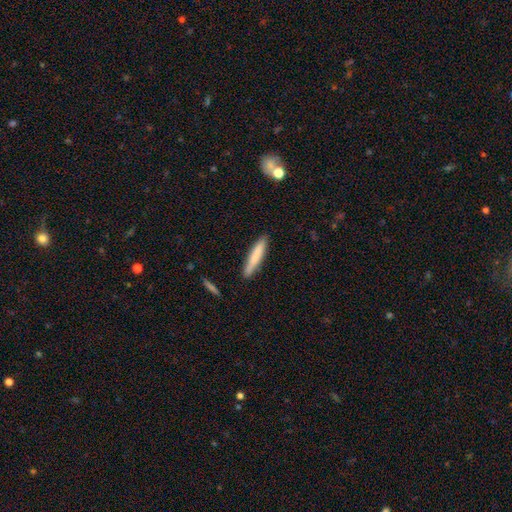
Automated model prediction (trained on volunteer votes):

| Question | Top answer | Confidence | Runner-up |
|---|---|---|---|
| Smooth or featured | smooth | 77% | featured or disk (17%) |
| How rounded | cigar-shaped | 91% | in between (8%) |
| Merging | none | 85% | minor disturbance (11%) |